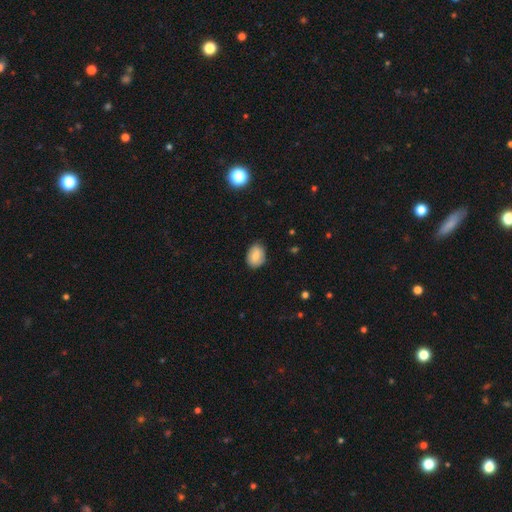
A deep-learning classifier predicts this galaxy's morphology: smooth_or_featured: smooth (p=0.78) [alt: featured or disk p=0.15]
how_rounded: in between (p=0.75) [alt: round p=0.24]
merging: none (p=0.78) [alt: minor disturbance p=0.18]